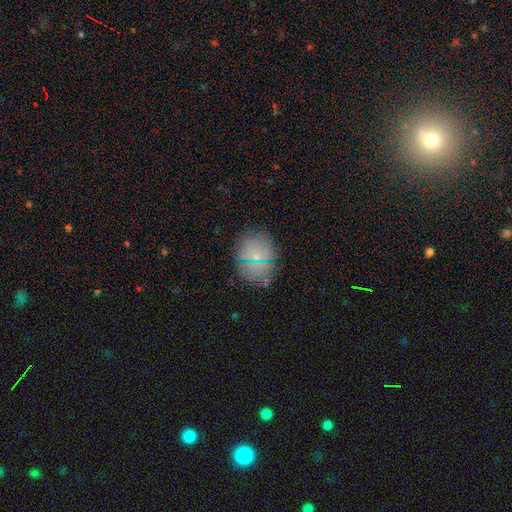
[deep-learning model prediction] smooth 63%, star or artifact 20%, featured or disk 17%. Down the decision tree: how rounded — round (75%); merging — none (82%).